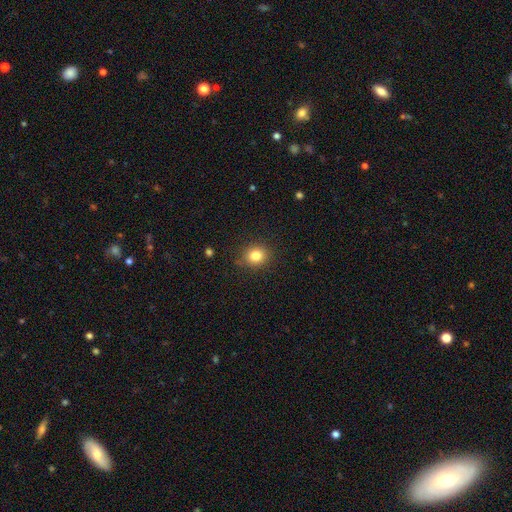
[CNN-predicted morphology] type=smooth (82%); roundness=round (79%); merging=none (86%).